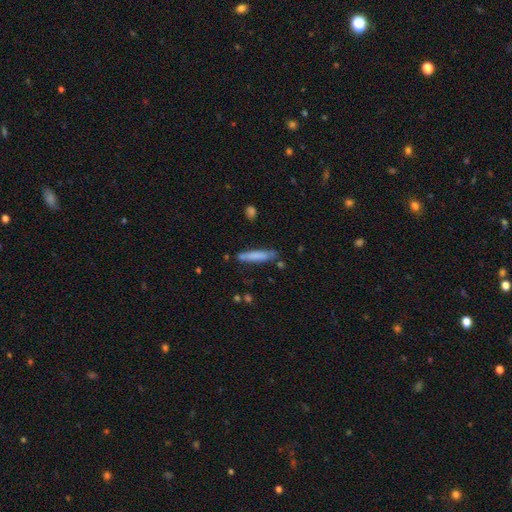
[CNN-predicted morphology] Smooth or featured: smooth — 77% (featured or disk — 17%)
How rounded: cigar-shaped — 89% (in between — 10%)
Merging: none — 78% (minor disturbance — 15%)